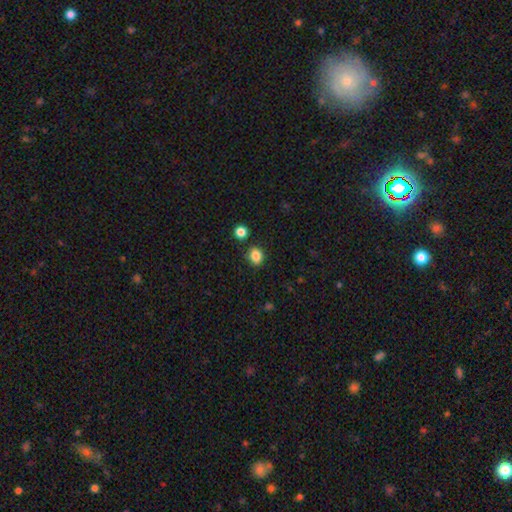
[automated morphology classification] smooth_or_featured: smooth (p=0.84) [alt: star or artifact p=0.11]
how_rounded: round (p=0.52) [alt: in between p=0.47]
merging: none (p=0.81) [alt: minor disturbance p=0.11]